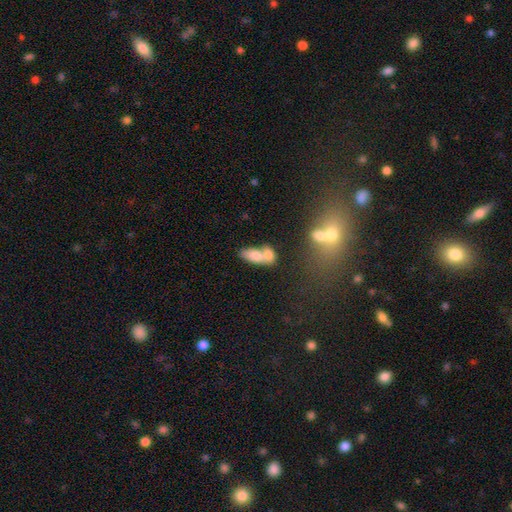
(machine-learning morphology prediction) The model was most divided on "merging": merger: 64%, none: 22%, minor disturbance: 9%, major disturbance: 5%. More confident: how rounded — in between (86%); smooth or featured — smooth (75%).